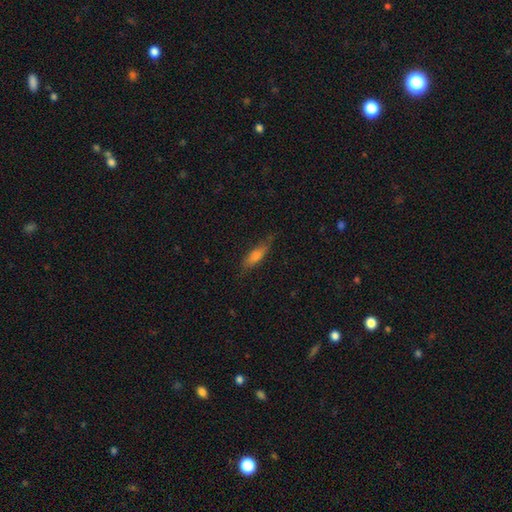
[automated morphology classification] Smooth or featured?
  - smooth: 58% *
  - featured or disk: 32%
  - star or artifact: 10%
How rounded?
  - cigar-shaped: 65% *
  - in between: 32%
  - round: 2%
Merging?
  - none: 75% *
  - minor disturbance: 19%
  - major disturbance: 4%
  - merger: 1%